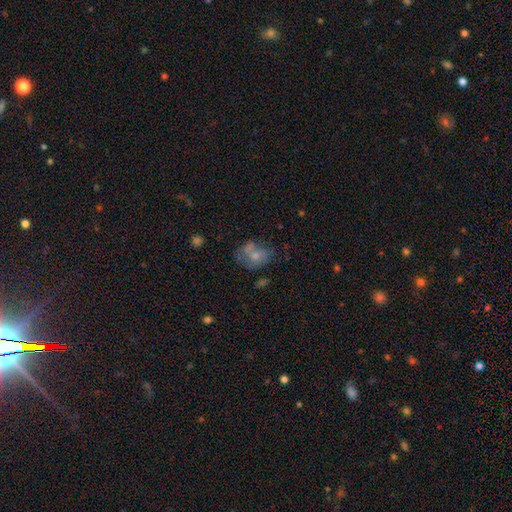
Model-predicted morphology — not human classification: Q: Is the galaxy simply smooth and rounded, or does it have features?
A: smooth — 57%.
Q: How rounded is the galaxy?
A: in between — 62%.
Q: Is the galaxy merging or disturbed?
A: none — 33%.